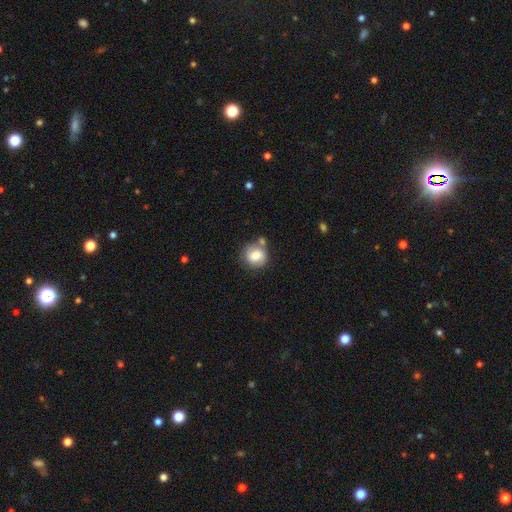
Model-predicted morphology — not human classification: A smooth galaxy with no disk features (75%) that is round (84%). Merging: none (61%).